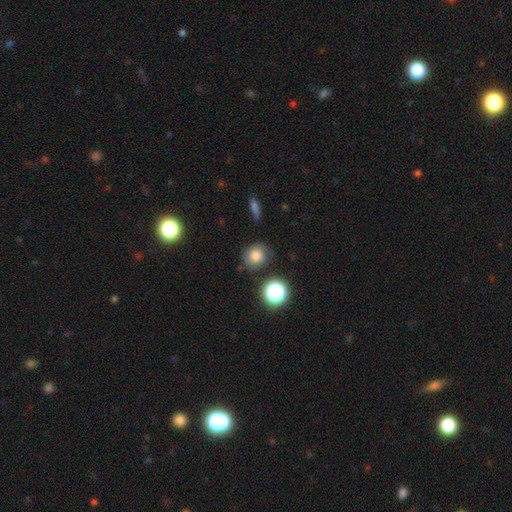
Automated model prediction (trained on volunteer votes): Smooth or featured? Predicted: smooth (p=0.75). How rounded? Predicted: round (p=0.71). Merging? Predicted: none (p=0.73).